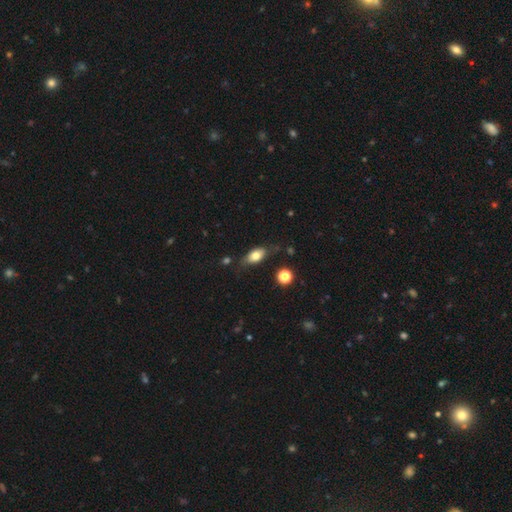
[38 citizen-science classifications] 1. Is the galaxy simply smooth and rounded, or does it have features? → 82% smooth, 16% featured or disk, 3% star or artifact.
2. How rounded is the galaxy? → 84% in between, 16% round, 0% cigar-shaped.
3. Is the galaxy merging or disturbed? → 76% none, 22% minor disturbance, 3% major disturbance, 0% merger.